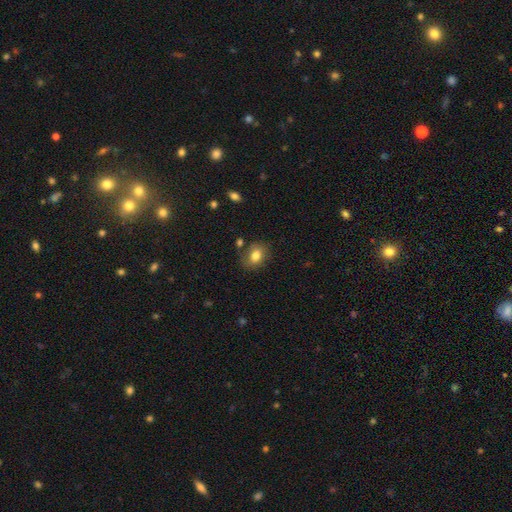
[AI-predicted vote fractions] smooth-or-featured: smooth: 78% | featured or disk: 13% | star or artifact: 9%
  how-rounded: in between: 63% | round: 36% | cigar-shaped: 1%
  merging: none: 75% | minor disturbance: 16% | merger: 5% | major disturbance: 4%